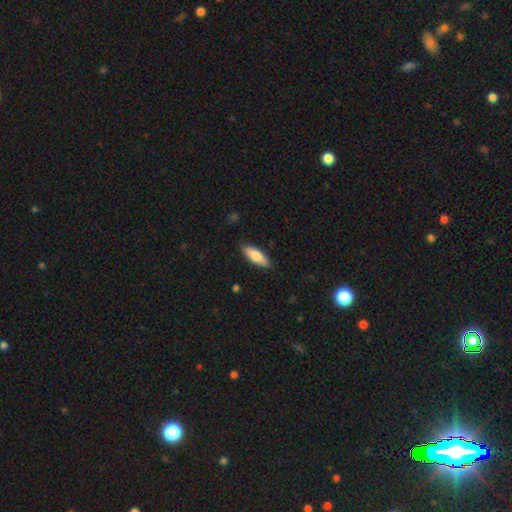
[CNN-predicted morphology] Smooth or featured? smooth (76%)
How rounded? in between (61%)
Merging? none (87%)